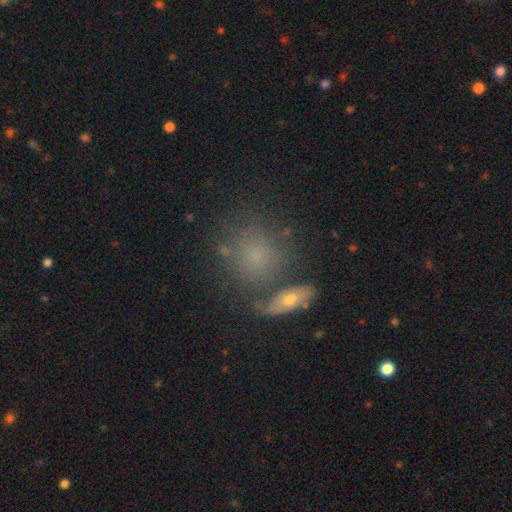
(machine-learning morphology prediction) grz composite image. It shows a smooth galaxy with no disk features (65%) that is round (78%). Merging: none (58%).